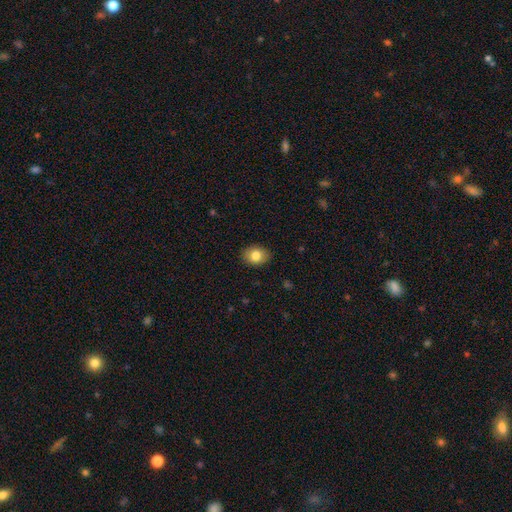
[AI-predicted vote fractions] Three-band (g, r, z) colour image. It shows a smooth galaxy with no disk features (82%) that is in between round and cigar-shaped (60%). Merging: none (88%).